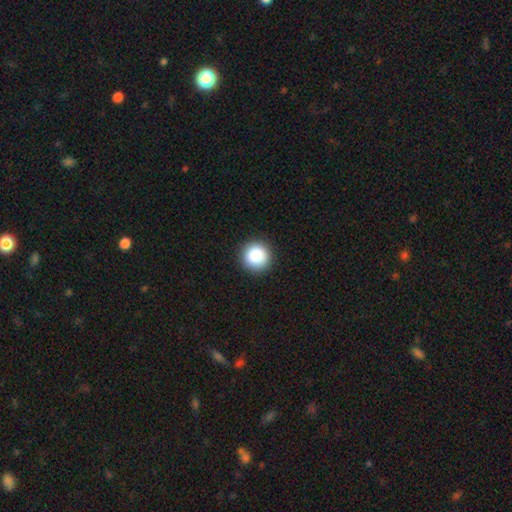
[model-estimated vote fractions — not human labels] This appears to be a smooth galaxy with no disk features (85%) that is round (95%). Merging: none (92%).